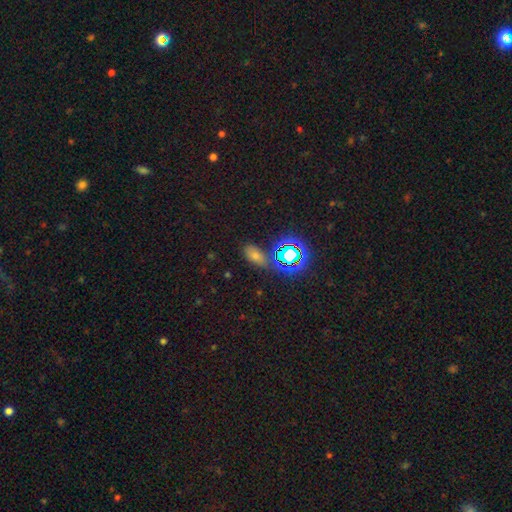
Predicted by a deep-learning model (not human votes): Smooth or featured? smooth (57%)
How rounded? in between (84%)
Merging? none (73%)